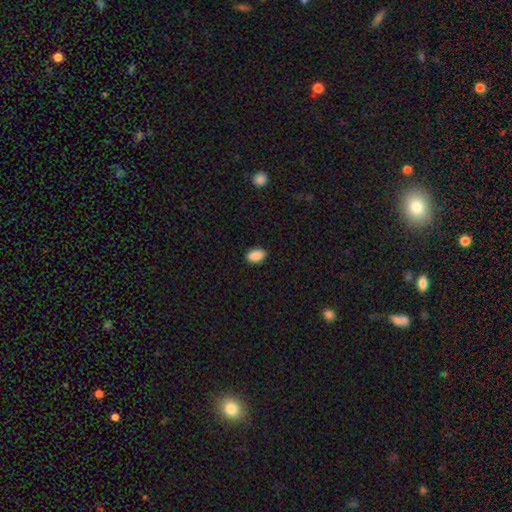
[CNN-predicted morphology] The model was most divided on "merging": none: 88%, minor disturbance: 9%, major disturbance: 2%, merger: 1%. More confident: how rounded — in between (92%); smooth or featured — smooth (90%).